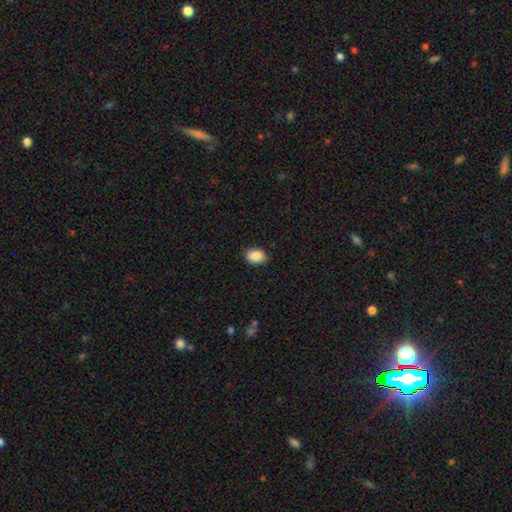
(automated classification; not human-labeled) smooth_or_featured: smooth (p=0.88) [alt: star or artifact p=0.08]
how_rounded: in between (p=0.78) [alt: round p=0.21]
merging: none (p=0.88) [alt: minor disturbance p=0.09]